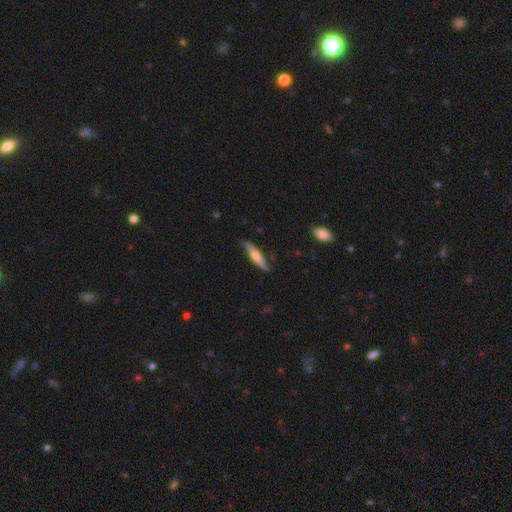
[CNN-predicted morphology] Smooth or featured? smooth (48%)
Merging? none (77%)